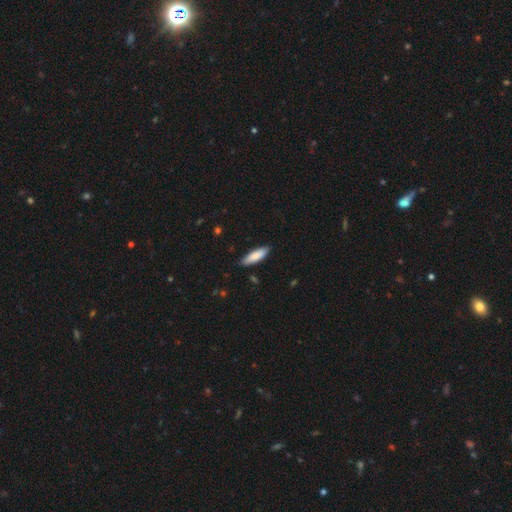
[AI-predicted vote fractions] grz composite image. It shows a smooth galaxy with no disk features (85%) that is cigar-shaped (56%). Merging: none (87%).